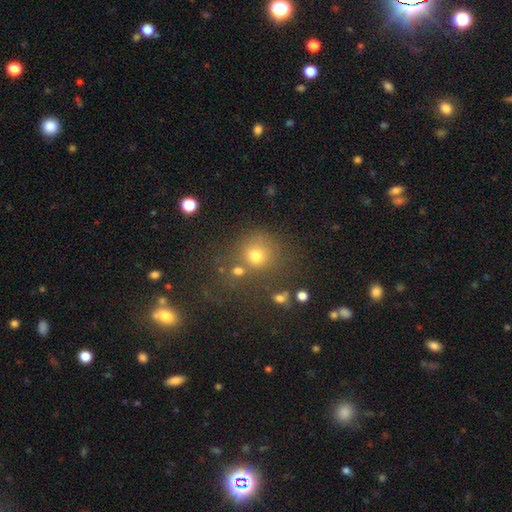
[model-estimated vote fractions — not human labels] smooth 71%, star or artifact 19%, featured or disk 10%. Down the decision tree: how rounded — round (87%); merging — none (60%).